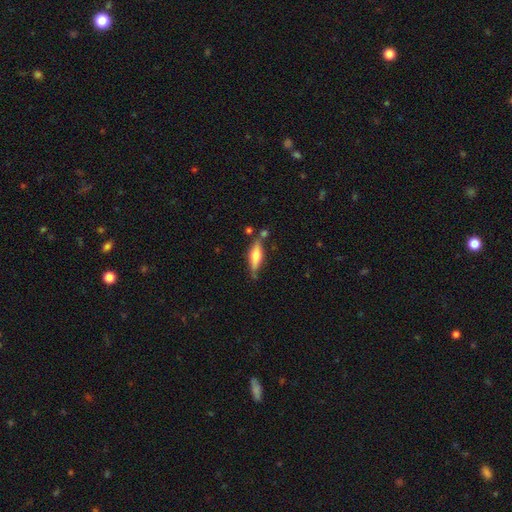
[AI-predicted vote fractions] smooth_or_featured: featured or disk (p=0.50) [alt: smooth p=0.43]
disk_edge_on: yes (p=0.91) [alt: no p=0.09]
merging: none (p=0.71) [alt: minor disturbance p=0.16]